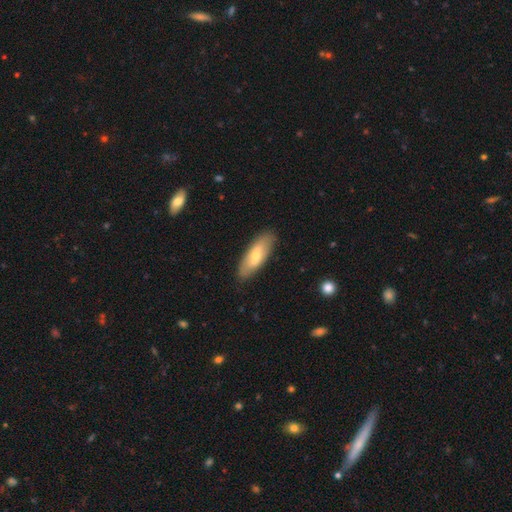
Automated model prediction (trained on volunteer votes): smooth_or_featured: smooth (p=0.58) [alt: featured or disk p=0.36]
how_rounded: in between (p=0.64) [alt: cigar-shaped p=0.33]
merging: none (p=0.85) [alt: minor disturbance p=0.11]